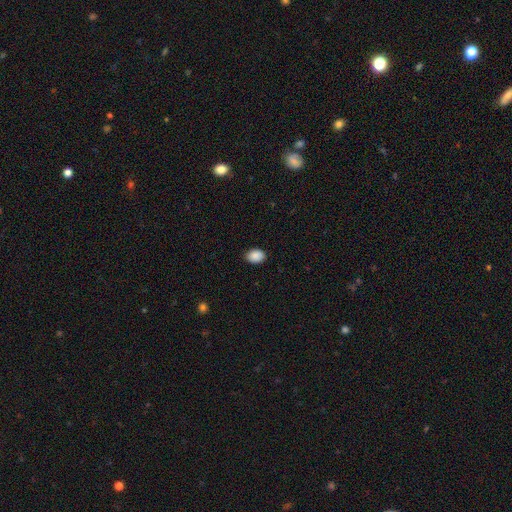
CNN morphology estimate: Smooth or featured: smooth — 90% (star or artifact — 7%)
How rounded: in between — 74% (round — 25%)
Merging: none — 87% (minor disturbance — 10%)